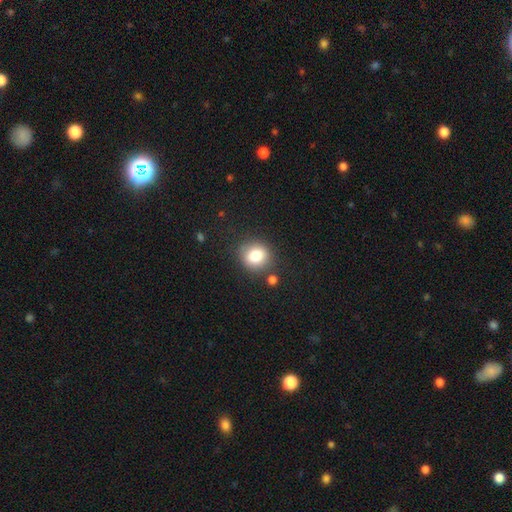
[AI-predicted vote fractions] A smooth galaxy with no disk features (81%) that is round (80%). Merging: none (81%).